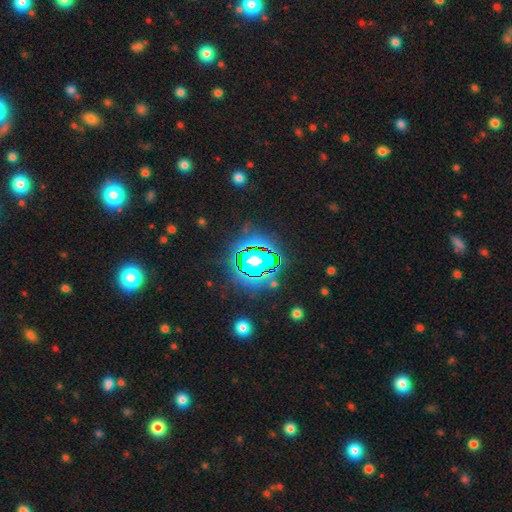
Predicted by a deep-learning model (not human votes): The model was most divided on "smooth or featured": star or artifact: 82%, smooth: 10%, featured or disk: 8%.